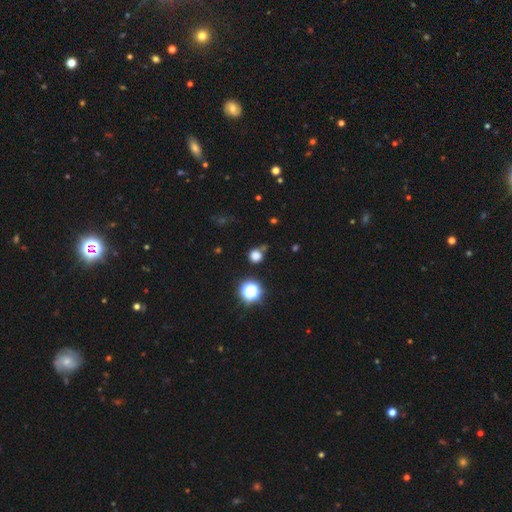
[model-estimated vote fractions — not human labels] Smooth or featured? Predicted: smooth (p=0.72). How rounded? Predicted: round (p=0.91). Merging? Predicted: none (p=0.74).